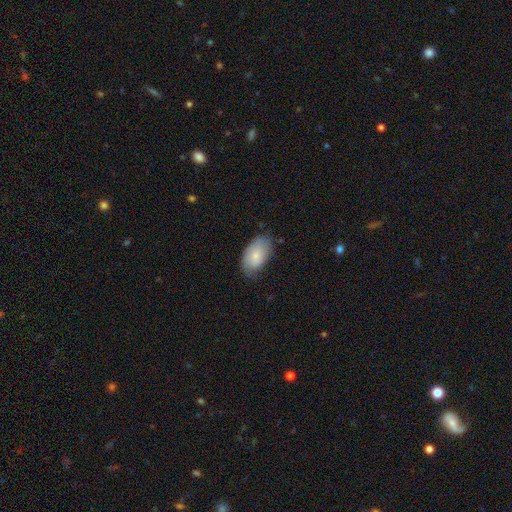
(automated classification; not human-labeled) smooth-or-featured: smooth: 74% | featured or disk: 20% | star or artifact: 6%
  how-rounded: in between: 94% | round: 5% | cigar-shaped: 2%
  merging: none: 70% | minor disturbance: 24% | major disturbance: 5% | merger: 1%